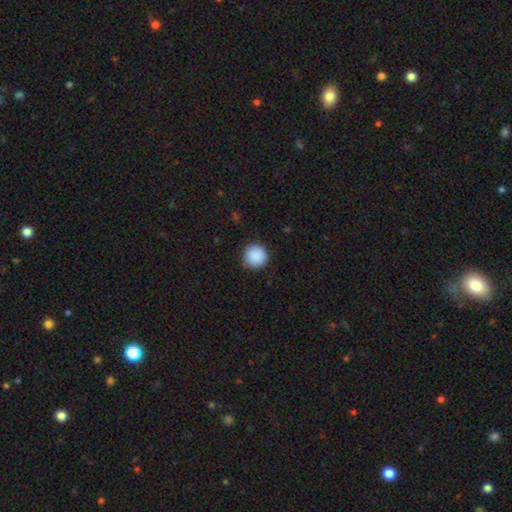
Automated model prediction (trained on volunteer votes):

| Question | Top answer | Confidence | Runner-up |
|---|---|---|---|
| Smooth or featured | smooth | 89% | star or artifact (8%) |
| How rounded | round | 95% | in between (4%) |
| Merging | none | 88% | minor disturbance (9%) |